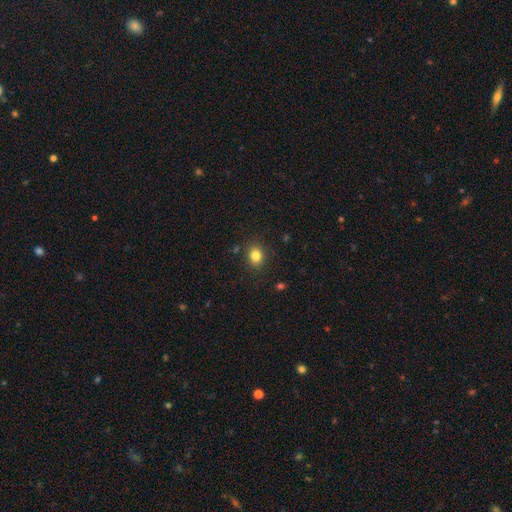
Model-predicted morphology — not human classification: Smooth or featured? Predicted: smooth (p=0.83). How rounded? Predicted: round (p=0.55). Merging? Predicted: none (p=0.86).